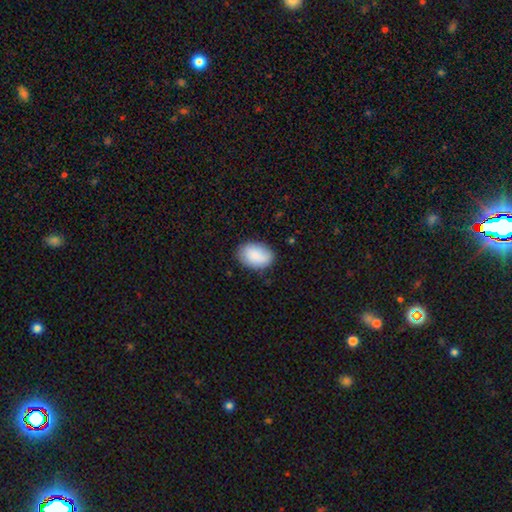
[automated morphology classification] This appears to be a smooth galaxy with no disk features (87%) that is in between round and cigar-shaped (85%). Merging: none (82%).